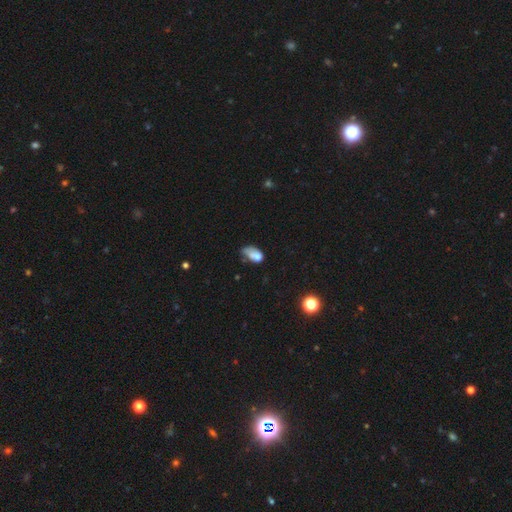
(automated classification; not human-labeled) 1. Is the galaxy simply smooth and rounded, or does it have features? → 68% smooth, 21% featured or disk, 11% star or artifact.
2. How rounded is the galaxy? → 87% in between, 10% round, 3% cigar-shaped.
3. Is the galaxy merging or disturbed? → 34% minor disturbance, 31% major disturbance, 25% none, 10% merger.